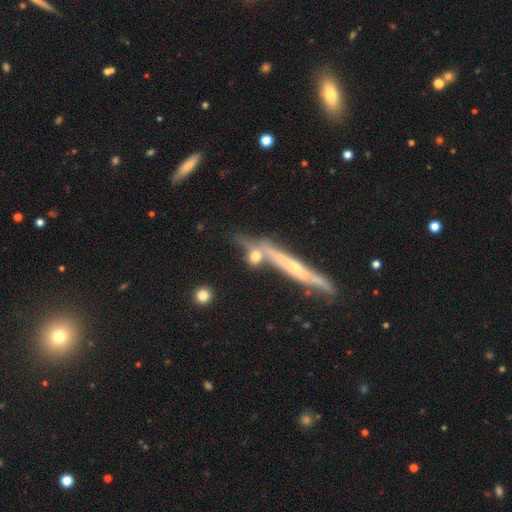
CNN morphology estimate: The model was most divided on "how rounded": round: 46%, cigar-shaped: 30%, in between: 24%. Remaining: smooth or featured — smooth (53%); merging — none (49%).